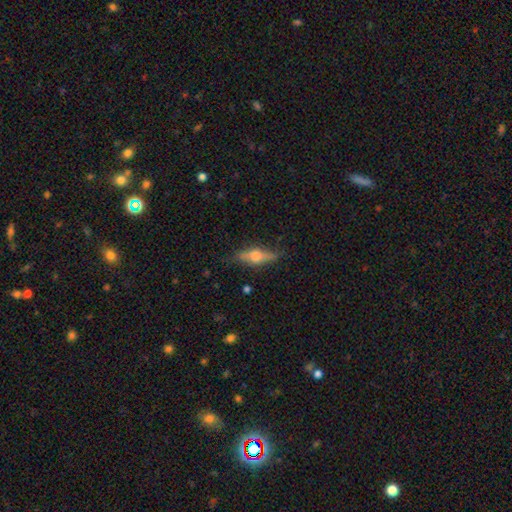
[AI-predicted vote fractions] A featured or disk galaxy (57%) viewed edge-on (93%) with a rounded central bulge (92%). Merging: none (82%).